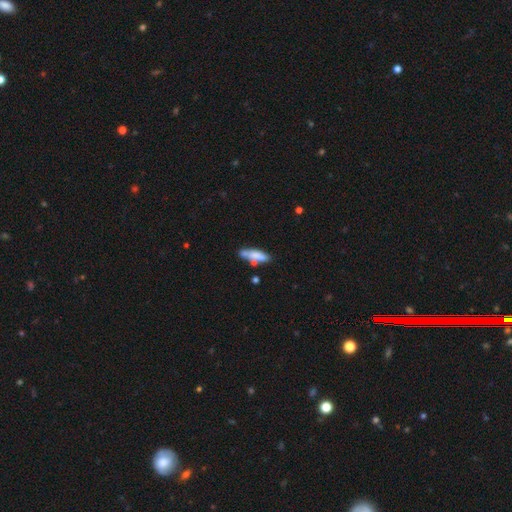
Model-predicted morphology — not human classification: type=smooth (73%); roundness=cigar-shaped (59%); merging=none (56%).